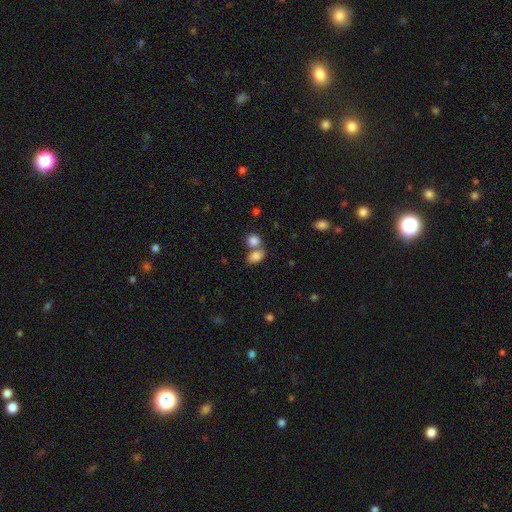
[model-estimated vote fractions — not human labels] smooth_or_featured: smooth (p=0.83) [alt: star or artifact p=0.09]
how_rounded: in between (p=0.79) [alt: round p=0.19]
merging: merger (p=0.44) [alt: none p=0.42]